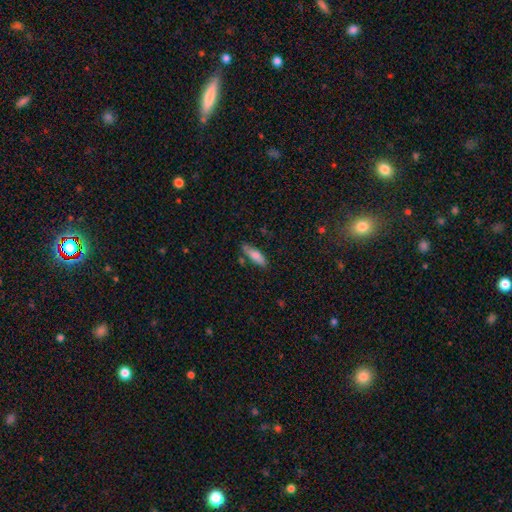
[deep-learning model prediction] The model was most divided on "how rounded": cigar-shaped: 52%, in between: 46%, round: 2%. More confident: smooth or featured — smooth (76%); merging — none (75%).